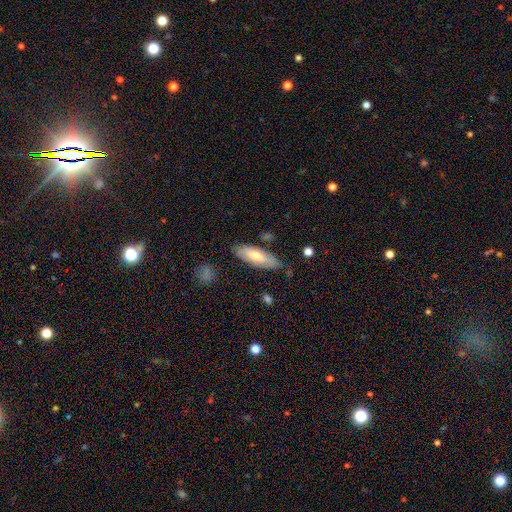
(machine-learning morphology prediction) Smooth or featured? smooth (60%)
How rounded? in between (59%)
Merging? none (77%)